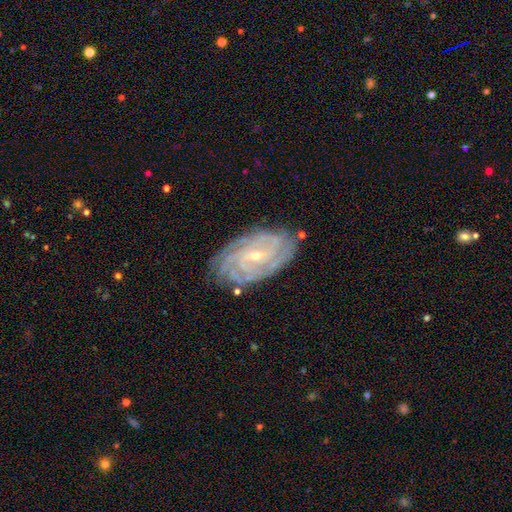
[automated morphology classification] Overall: featured or disk (88%). Edge-on disk: no (96%). Bar: no (44%; weak 40%). Spiral arms: yes (98%). Spiral arm count: 4 (29%; can't tell 21%). Spiral winding: tight (79%). Bulge size: small (74%). Merging: none (80%).